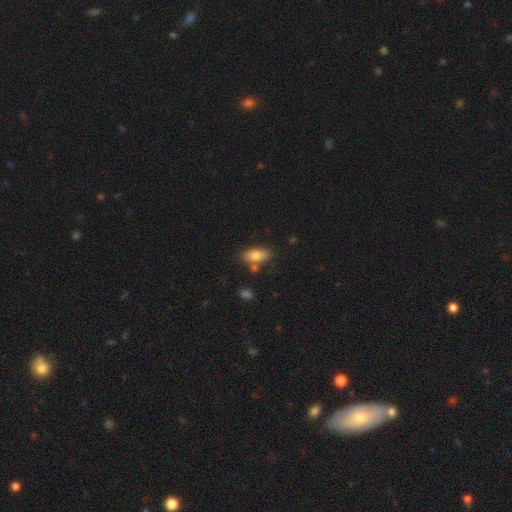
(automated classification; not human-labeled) The model was most divided on "merging": none: 74%, minor disturbance: 14%, merger: 10%, major disturbance: 3%. More confident: how rounded — in between (86%); smooth or featured — smooth (80%).